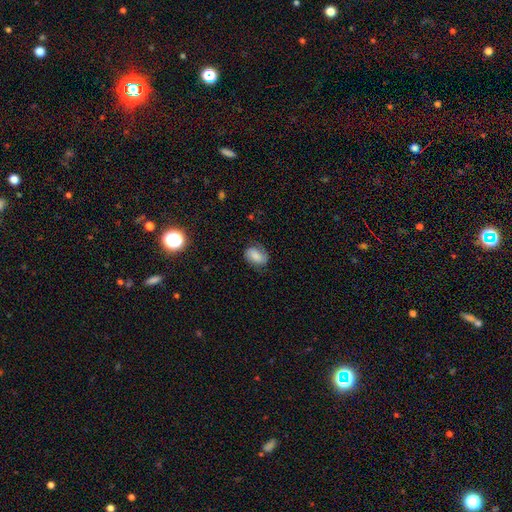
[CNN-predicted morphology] Smooth or featured: smooth — 56% (featured or disk — 35%)
How rounded: in between — 83% (round — 15%)
Merging: none — 67% (minor disturbance — 23%)